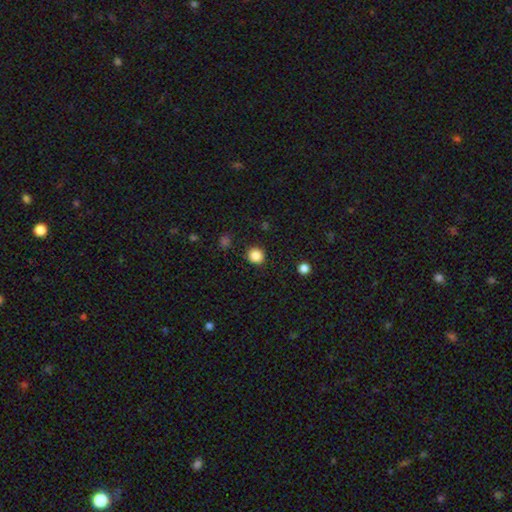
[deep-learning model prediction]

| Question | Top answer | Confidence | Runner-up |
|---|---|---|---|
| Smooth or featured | smooth | 86% | star or artifact (11%) |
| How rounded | round | 91% | in between (8%) |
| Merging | none | 89% | minor disturbance (7%) |